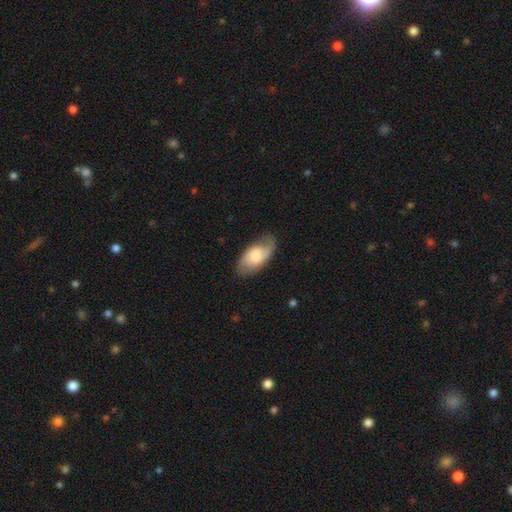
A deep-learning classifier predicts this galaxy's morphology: Smooth or featured? Predicted: smooth (p=0.50). How rounded? Predicted: in between (p=0.92). Merging? Predicted: none (p=0.74).